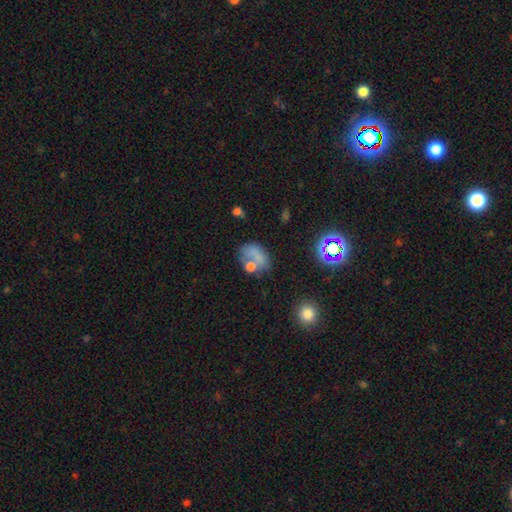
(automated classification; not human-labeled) Smooth or featured? smooth (58%)
How rounded? in between (63%)
Merging? none (37%)